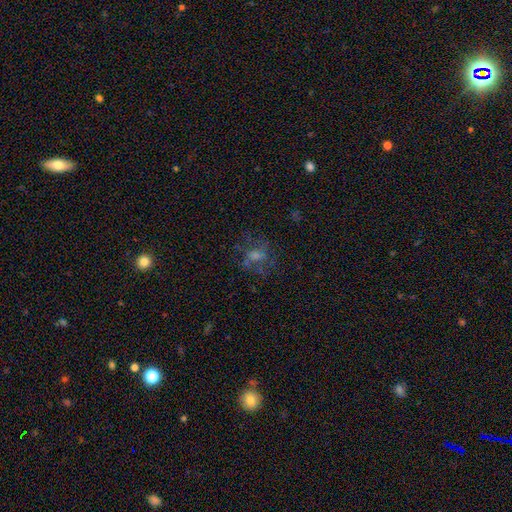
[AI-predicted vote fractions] A smooth galaxy with no disk features (43%).

Vote fractions:
- Smooth or featured? smooth: 43% / featured or disk: 39% / star or artifact: 18%
- Merging? none: 53% / major disturbance: 26% / minor disturbance: 18% / merger: 2%